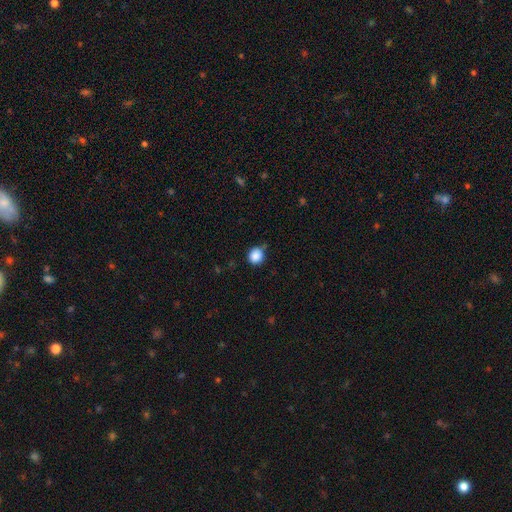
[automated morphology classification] This is clearly a smooth galaxy (87%). How rounded: clearly round (89%). Merging: likely none (71%).